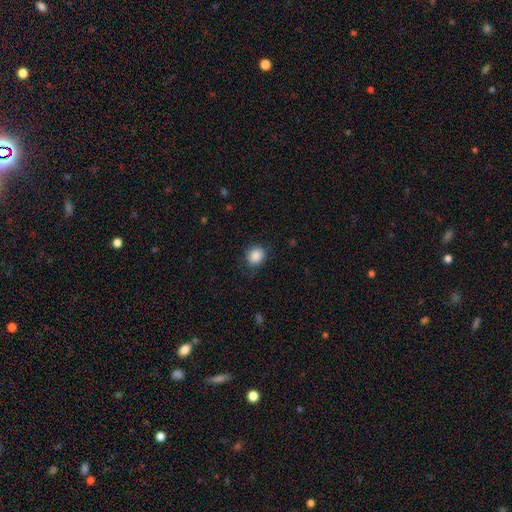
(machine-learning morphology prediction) A smooth galaxy with no disk features (87%) that is round (83%). Merging: none (80%).